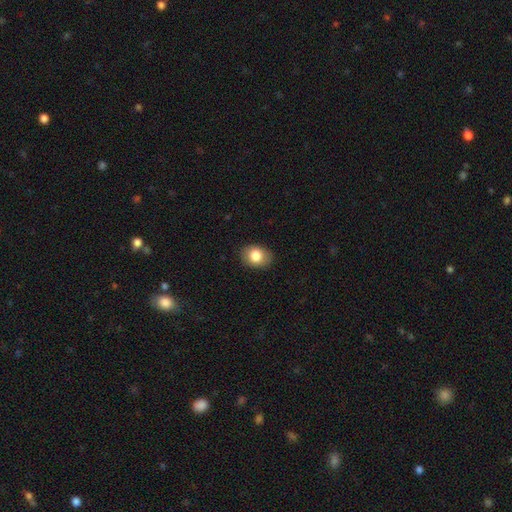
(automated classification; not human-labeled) A smooth galaxy with no disk features (83%) that is in between round and cigar-shaped (63%). Merging: none (87%).